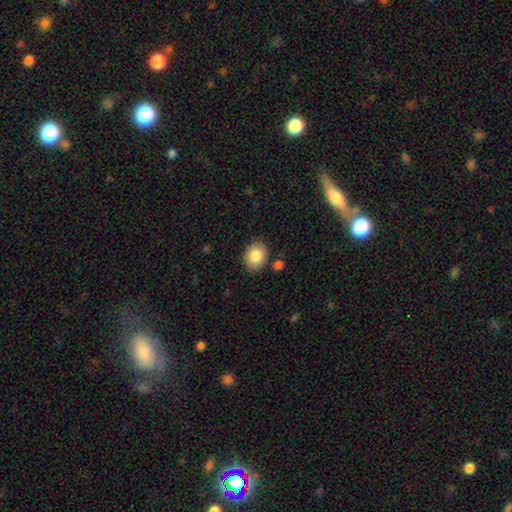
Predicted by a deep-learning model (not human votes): Smooth or featured? Predicted: smooth (p=0.85). How rounded? Predicted: in between (p=0.56). Merging? Predicted: none (p=0.84).